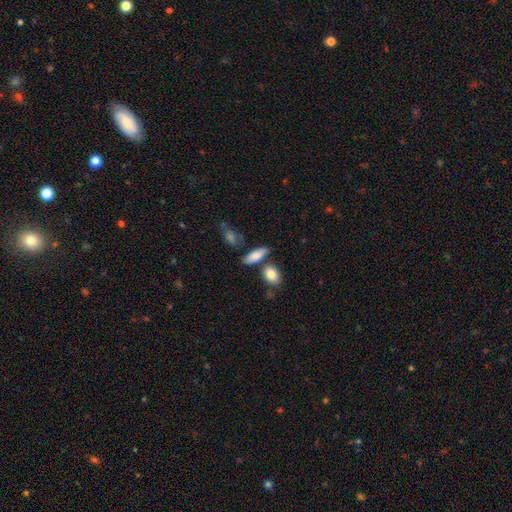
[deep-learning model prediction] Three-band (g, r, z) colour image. It shows a smooth galaxy with no disk features (80%) that is in between round and cigar-shaped (73%). Merging: none (68%).